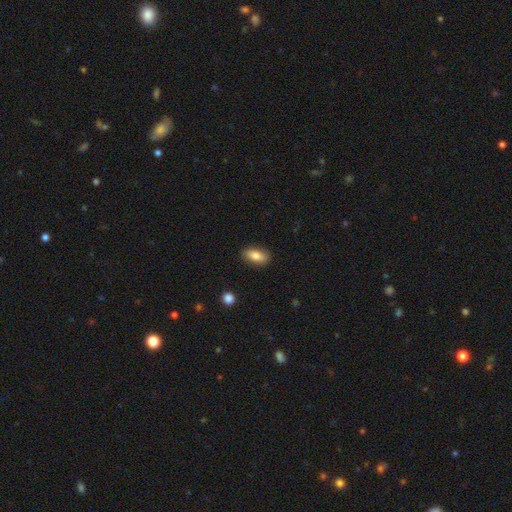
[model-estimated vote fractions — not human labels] Smooth or featured? Predicted: smooth (p=0.82). How rounded? Predicted: in between (p=0.86). Merging? Predicted: none (p=0.87).